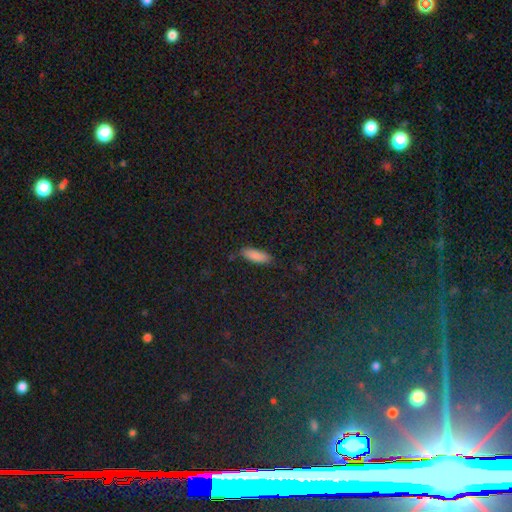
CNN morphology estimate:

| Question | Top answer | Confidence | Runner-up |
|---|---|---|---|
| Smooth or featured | smooth | 86% | star or artifact (8%) |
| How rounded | in between | 64% | cigar-shaped (34%) |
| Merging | none | 84% | minor disturbance (12%) |